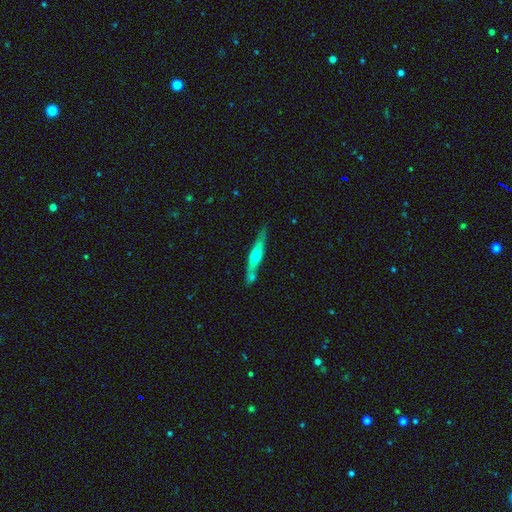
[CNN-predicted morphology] Smooth or featured: featured or disk — 57% (smooth — 38%)
Edge-on disk: yes — 93% (no — 7%)
Edge-on bulge: rounded — 83% (none — 11%)
Merging: none — 72% (minor disturbance — 14%)